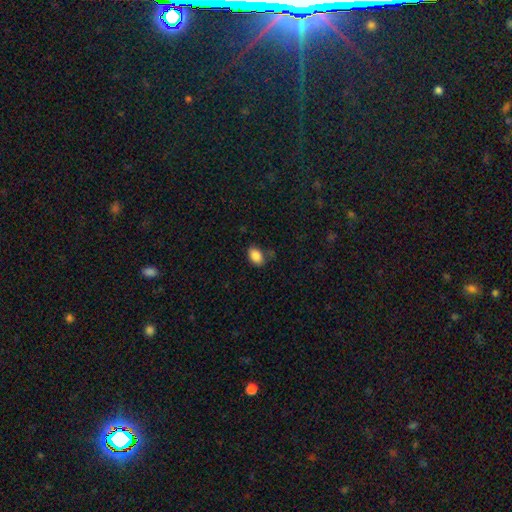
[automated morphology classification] Smooth or featured: smooth — 86% (star or artifact — 8%)
How rounded: in between — 87% (round — 12%)
Merging: none — 70% (minor disturbance — 21%)